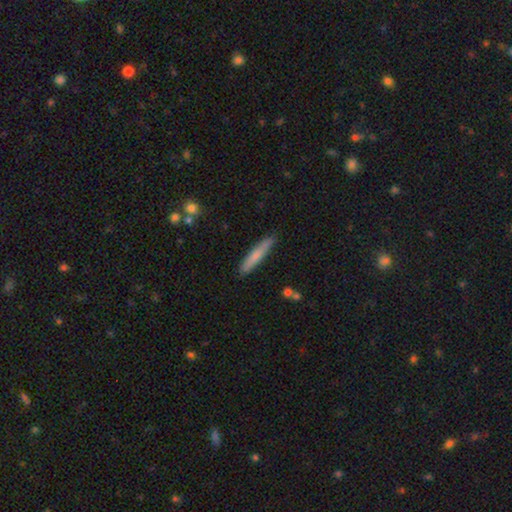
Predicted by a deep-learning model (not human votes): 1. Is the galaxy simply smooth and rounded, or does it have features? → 71% smooth, 23% featured or disk, 6% star or artifact.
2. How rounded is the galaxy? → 93% cigar-shaped, 6% in between, 1% round.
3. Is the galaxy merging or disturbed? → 87% none, 10% minor disturbance, 2% major disturbance, 2% merger.